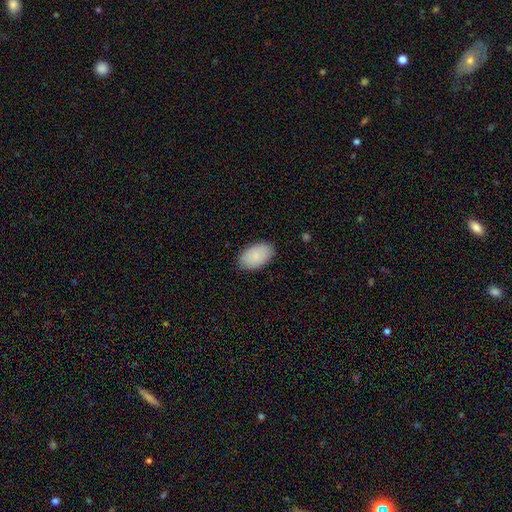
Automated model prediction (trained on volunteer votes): Overall: smooth (87%). How rounded: in between (93%). Merging: none (86%).